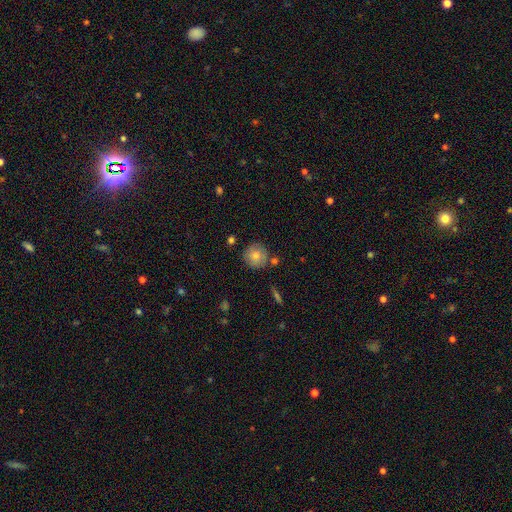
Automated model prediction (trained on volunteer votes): Smooth or featured? Predicted: smooth (p=0.71). How rounded? Predicted: round (p=0.94). Merging? Predicted: none (p=0.81).